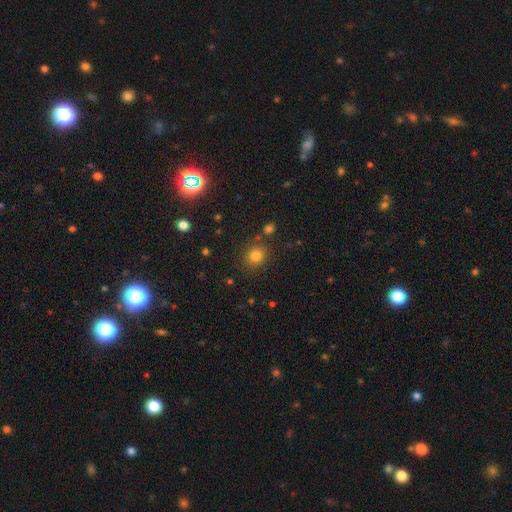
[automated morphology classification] The model was most divided on "how rounded": round: 80%, in between: 19%, cigar-shaped: 1%. More confident: merging — none (84%); smooth or featured — smooth (79%).